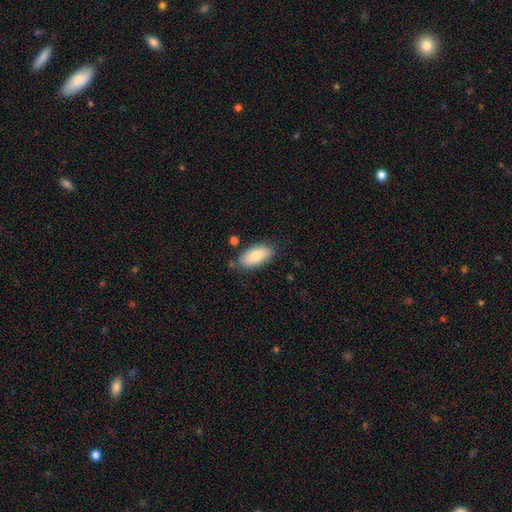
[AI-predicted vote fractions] A smooth galaxy with no disk features (82%) that is in between round and cigar-shaped (89%). Merging: none (79%).